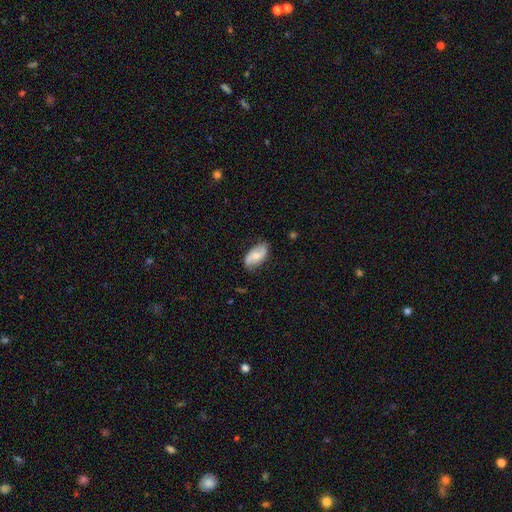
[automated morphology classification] This appears to be a featured or disk galaxy (51%). Merging: none (76%).